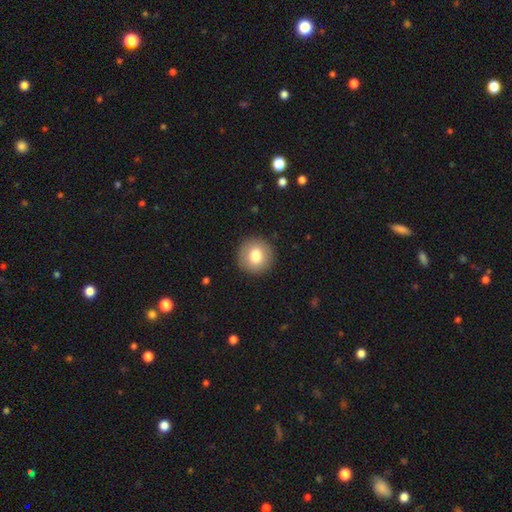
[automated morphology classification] This appears to be a smooth galaxy with no disk features (80%) that is round (94%). Merging: none (92%).